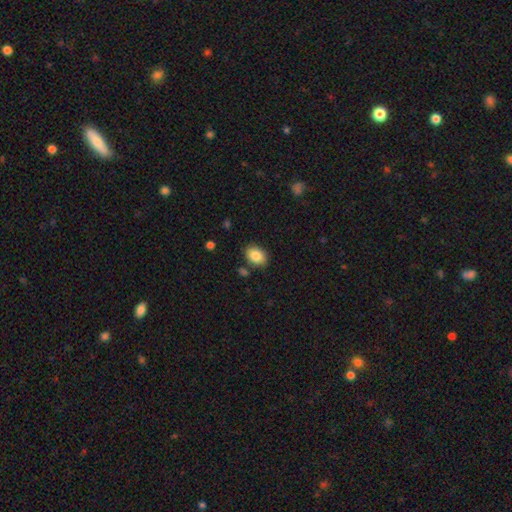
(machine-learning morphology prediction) Q: Smooth or featured?
A: smooth (85%); runner-up: star or artifact (8%)
Q: How rounded?
A: in between (78%); runner-up: round (21%)
Q: Merging?
A: none (82%); runner-up: minor disturbance (11%)